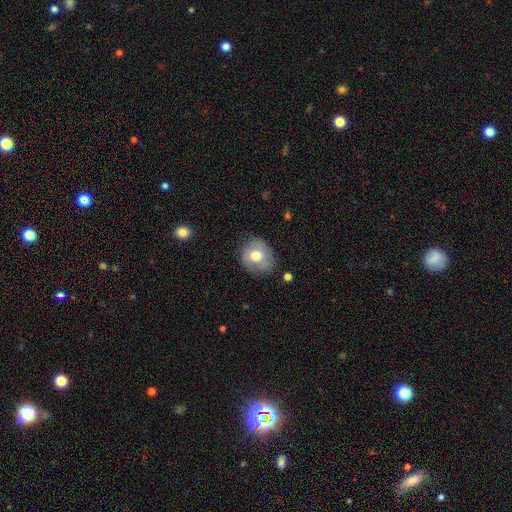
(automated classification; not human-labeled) A smooth galaxy with no disk features (67%) that is round (71%). Merging: none (69%).